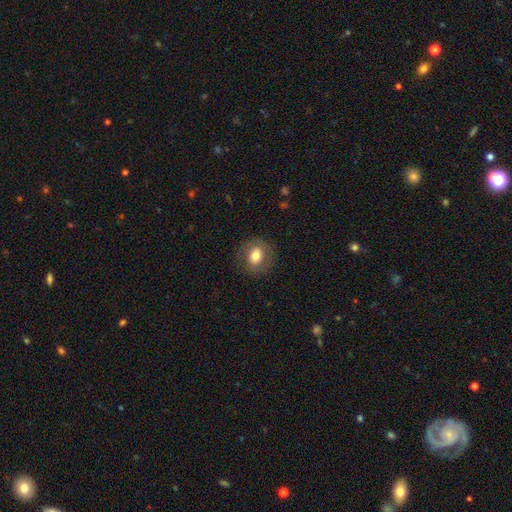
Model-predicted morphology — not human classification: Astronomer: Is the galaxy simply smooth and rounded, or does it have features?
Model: smooth — 73%.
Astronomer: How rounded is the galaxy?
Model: round — 64%.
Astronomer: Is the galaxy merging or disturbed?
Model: none — 85%.